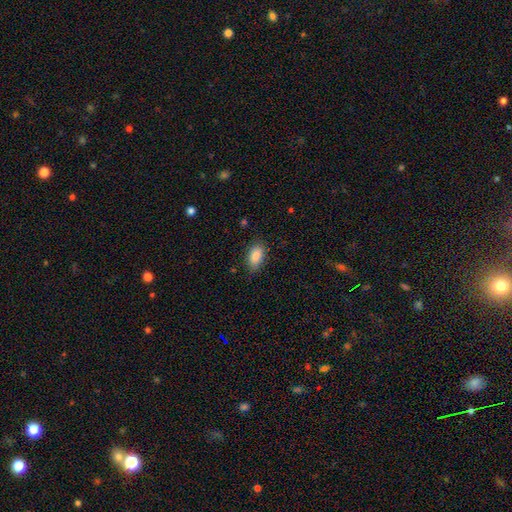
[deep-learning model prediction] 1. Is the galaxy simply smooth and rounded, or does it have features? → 86% smooth, 8% star or artifact, 6% featured or disk.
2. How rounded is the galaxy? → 92% in between, 5% round, 3% cigar-shaped.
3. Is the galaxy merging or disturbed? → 81% none, 15% minor disturbance, 3% major disturbance, 1% merger.